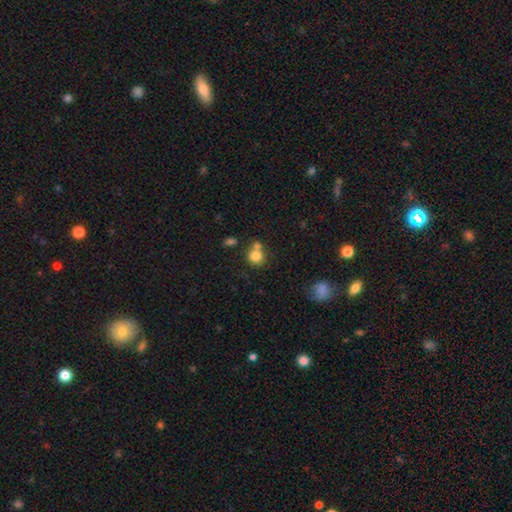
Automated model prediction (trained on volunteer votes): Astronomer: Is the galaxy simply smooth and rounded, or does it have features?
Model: smooth — 80%.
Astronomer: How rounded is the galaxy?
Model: round — 85%.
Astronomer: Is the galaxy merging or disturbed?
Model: none — 52% (runner-up: merger, 35%).